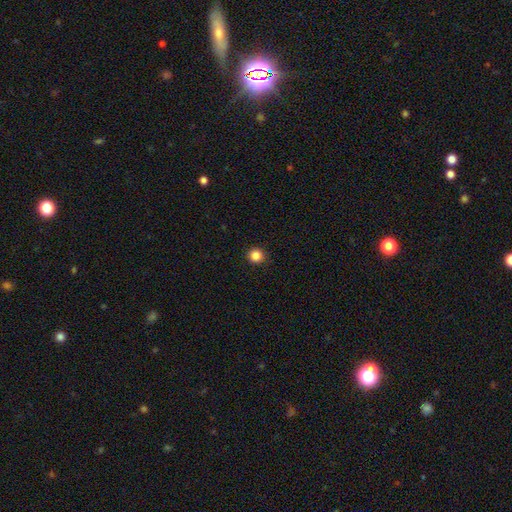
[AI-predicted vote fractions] This appears to be a smooth galaxy with no disk features (85%) that is round (93%). Merging: none (93%).